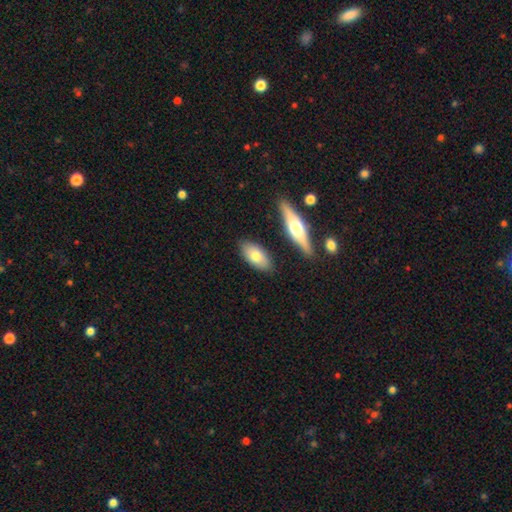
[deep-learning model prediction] smooth 73%, featured or disk 22%, star or artifact 6%. Down the decision tree: how rounded — in between (88%); merging — none (82%).